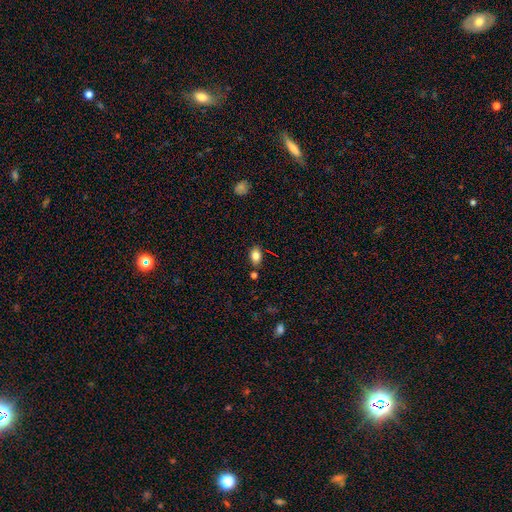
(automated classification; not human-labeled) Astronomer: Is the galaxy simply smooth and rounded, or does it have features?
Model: smooth — 82%.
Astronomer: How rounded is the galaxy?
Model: in between — 85%.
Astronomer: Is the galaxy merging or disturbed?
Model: none — 78%.